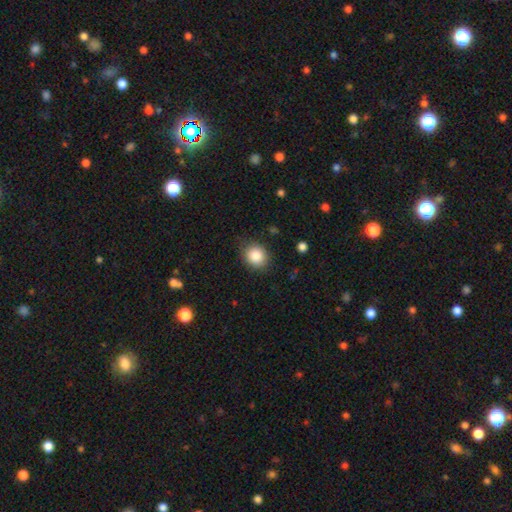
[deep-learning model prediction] The model was most divided on "how rounded": round: 71%, in between: 28%, cigar-shaped: 1%. More confident: smooth or featured — smooth (86%); merging — none (82%).